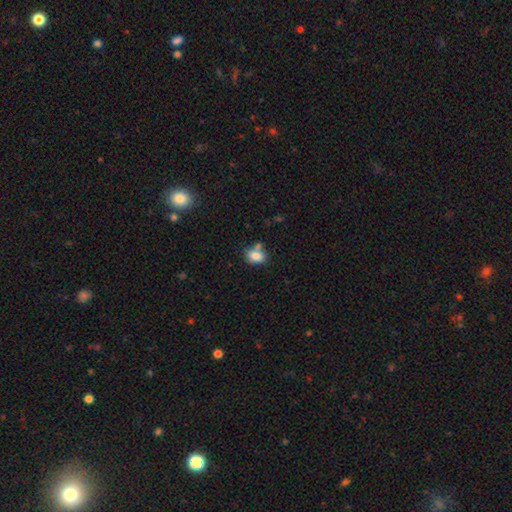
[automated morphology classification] A smooth galaxy with no disk features (81%) that is in between round and cigar-shaped (75%). Merging: none (55%).